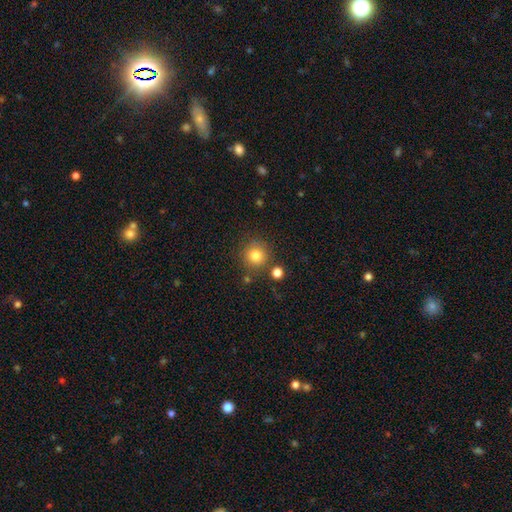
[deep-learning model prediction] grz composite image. It shows a smooth galaxy with no disk features (81%) that is round (93%). Merging: none (80%).